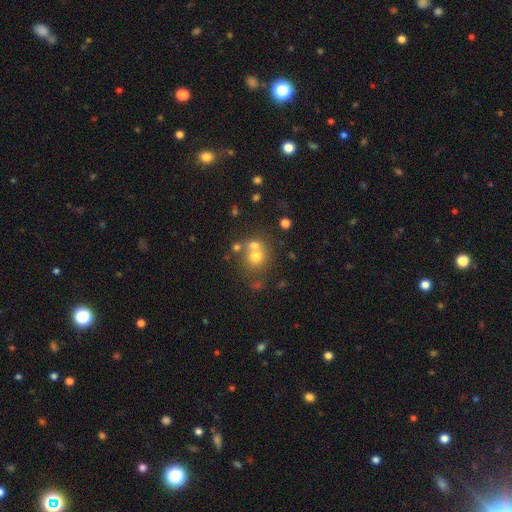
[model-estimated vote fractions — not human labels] Q: Smooth or featured?
A: smooth (65%); runner-up: featured or disk (20%)
Q: How rounded?
A: round (82%); runner-up: in between (17%)
Q: Merging?
A: none (45%); runner-up: merger (42%)